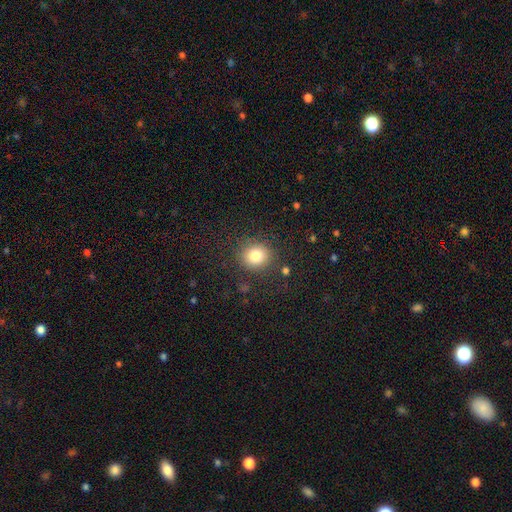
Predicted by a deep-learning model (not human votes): Smooth or featured?
  - smooth: 82% *
  - star or artifact: 11%
  - featured or disk: 7%
How rounded?
  - round: 77% *
  - in between: 22%
  - cigar-shaped: 1%
Merging?
  - none: 85% *
  - minor disturbance: 9%
  - major disturbance: 4%
  - merger: 2%